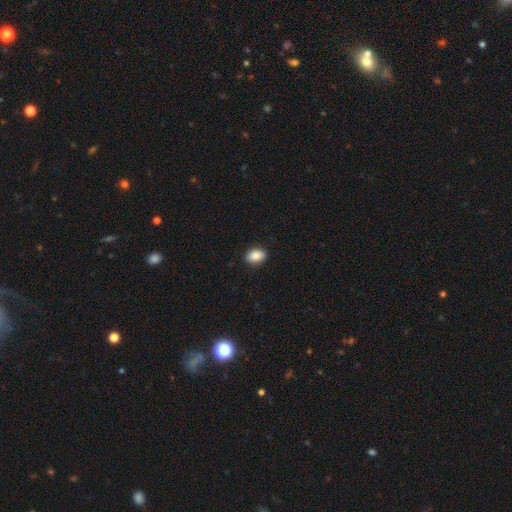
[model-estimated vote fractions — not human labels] This is clearly a smooth galaxy (88%). How rounded: clearly in between (82%). Merging: clearly none (90%).